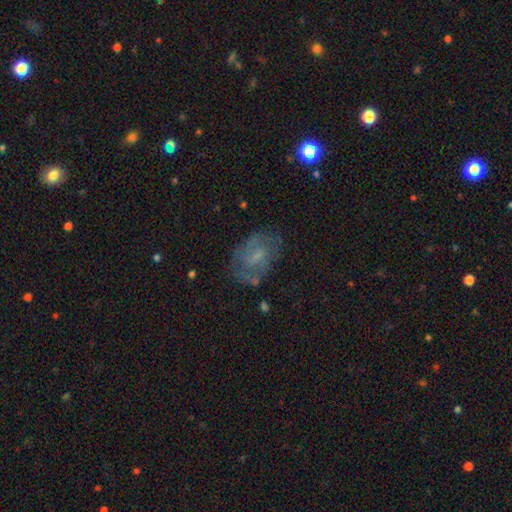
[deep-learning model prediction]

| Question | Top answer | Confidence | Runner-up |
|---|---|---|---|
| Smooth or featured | featured or disk | 55% | smooth (34%) |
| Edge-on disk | no | 95% | yes (5%) |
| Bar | weak | 49% | no (38%) |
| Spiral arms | yes | 64% | no (36%) |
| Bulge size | small | 37% | none (32%) |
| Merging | none | 64% | minor disturbance (21%) |